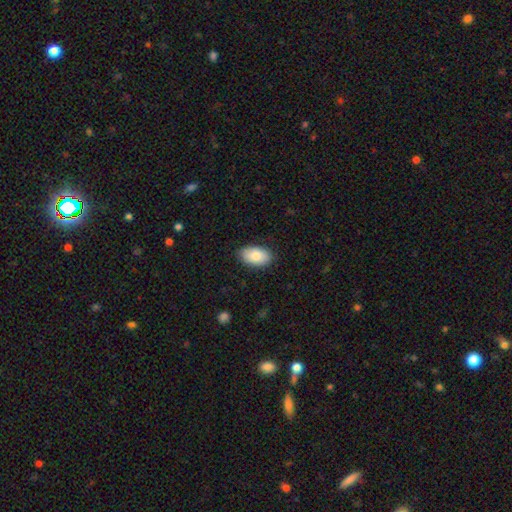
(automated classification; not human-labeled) Smooth or featured?
  - smooth: 86% *
  - featured or disk: 8%
  - star or artifact: 6%
How rounded?
  - in between: 94% *
  - round: 5%
  - cigar-shaped: 1%
Merging?
  - none: 87% *
  - minor disturbance: 10%
  - major disturbance: 2%
  - merger: 1%